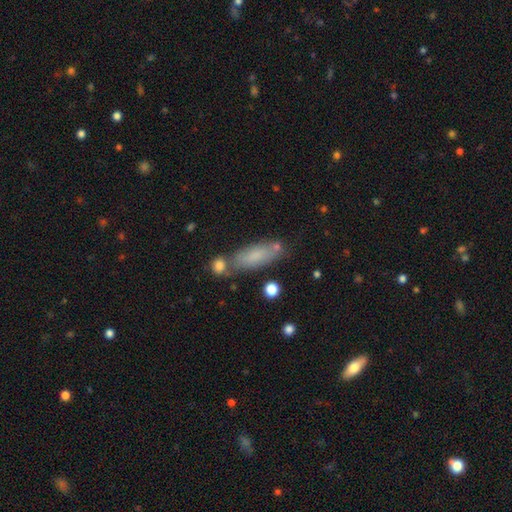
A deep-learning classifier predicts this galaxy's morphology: Overall: smooth (75%). How rounded: in between (59%; cigar-shaped 38%). Merging: none (62%).